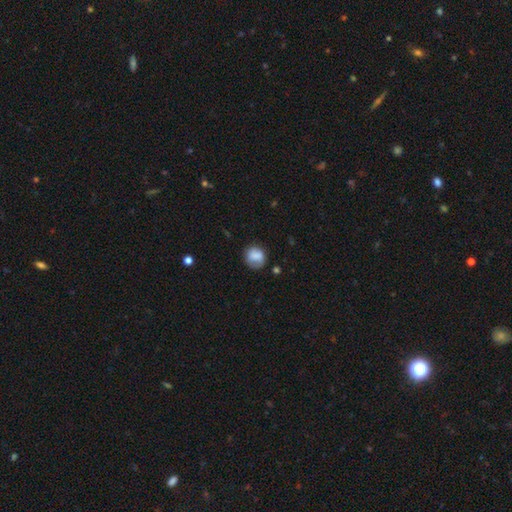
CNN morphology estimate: This appears to be a smooth galaxy with no disk features (80%) that is round (73%). Merging: none (65%).